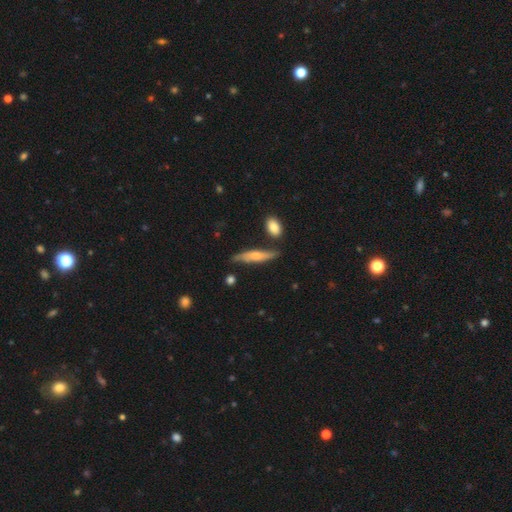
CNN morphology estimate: The model was most divided on "smooth or featured": smooth: 55%, featured or disk: 39%, star or artifact: 6%. More confident: how rounded — cigar-shaped (78%); merging — none (71%).